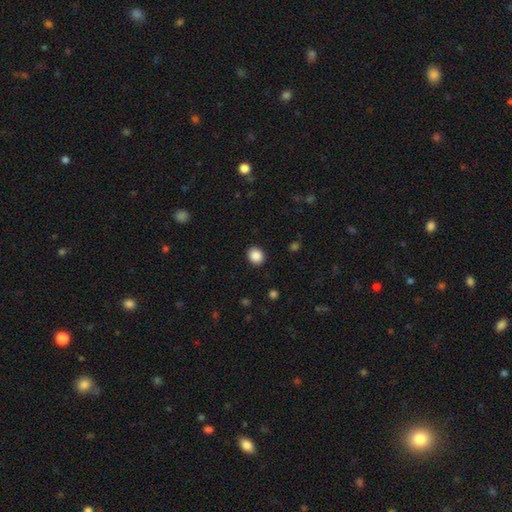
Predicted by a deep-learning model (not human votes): The model was most divided on "how rounded": round: 67%, in between: 32%, cigar-shaped: 1%. More confident: merging — none (91%); smooth or featured — smooth (88%).